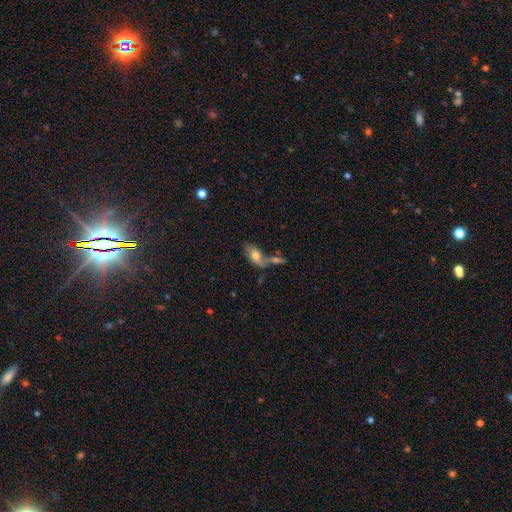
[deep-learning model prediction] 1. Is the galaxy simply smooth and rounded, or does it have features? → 64% smooth, 27% featured or disk, 9% star or artifact.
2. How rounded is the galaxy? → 87% in between, 7% cigar-shaped, 6% round.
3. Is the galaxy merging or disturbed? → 49% merger, 27% none, 13% minor disturbance, 11% major disturbance.